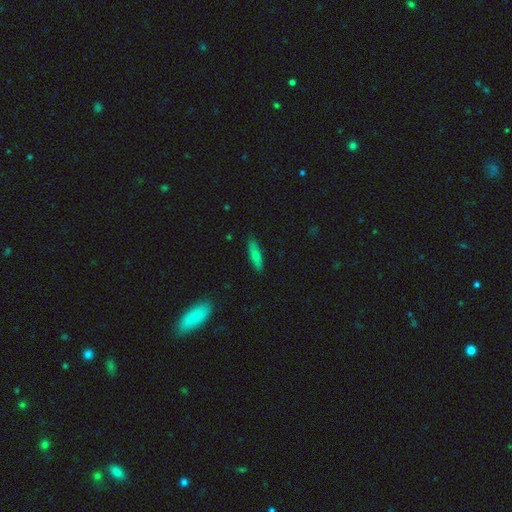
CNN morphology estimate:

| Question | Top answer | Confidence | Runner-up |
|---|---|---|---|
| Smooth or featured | smooth | 66% | featured or disk (27%) |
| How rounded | cigar-shaped | 61% | in between (36%) |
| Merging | none | 86% | minor disturbance (11%) |